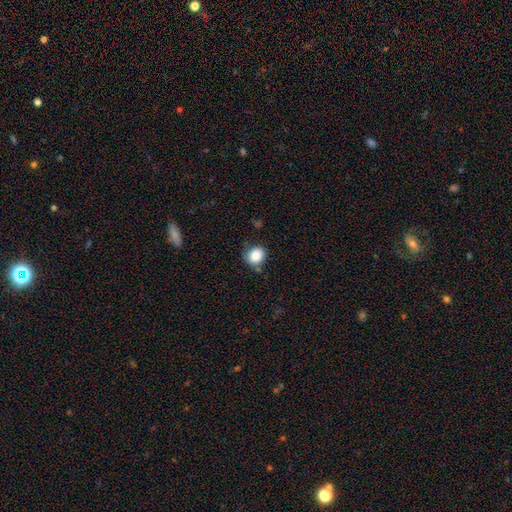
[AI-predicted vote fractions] smooth 86%, star or artifact 9%, featured or disk 5%. Down the decision tree: how rounded — round (74%); merging — none (72%).